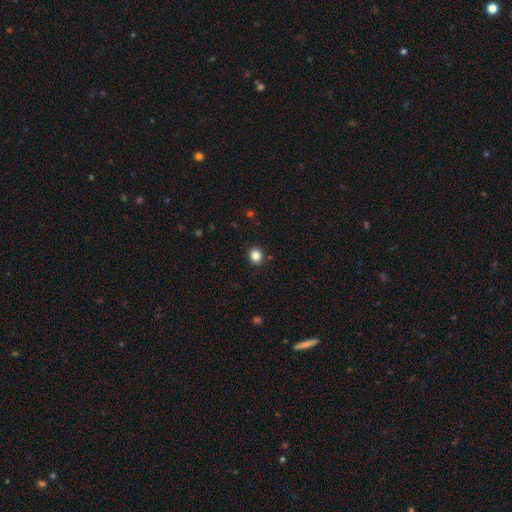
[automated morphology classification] Smooth or featured: smooth — 84% (star or artifact — 12%)
How rounded: round — 81% (in between — 18%)
Merging: none — 91% (minor disturbance — 6%)